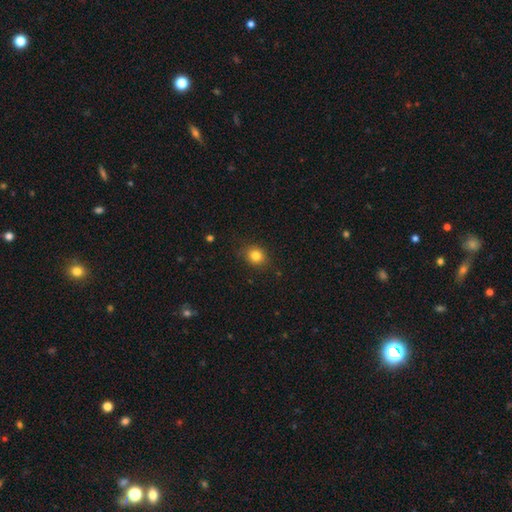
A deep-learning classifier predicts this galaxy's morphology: A smooth galaxy with no disk features (82%) that is round (74%).

Vote fractions:
- Smooth or featured? smooth: 82% / star or artifact: 12% / featured or disk: 6%
- How rounded? round: 74% / in between: 25% / cigar-shaped: 1%
- Merging? none: 85% / minor disturbance: 12% / major disturbance: 3% / merger: 1%